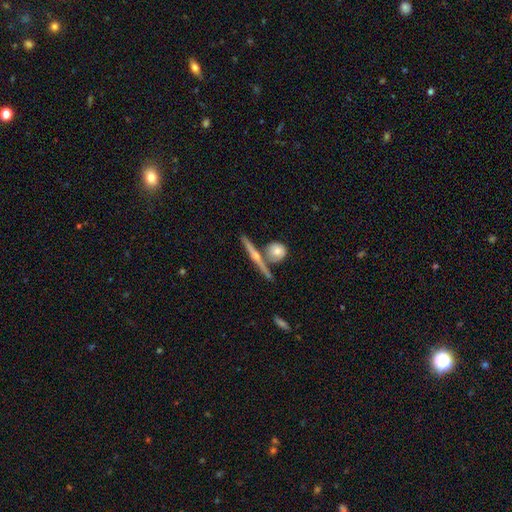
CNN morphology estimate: smooth-or-featured: featured or disk: 67% | smooth: 25% | star or artifact: 8%
  disk-edge-on: yes: 95% | no: 5%
    edge-on-bulge: rounded: 70% | none: 19% | boxy: 11%
  merging: none: 75% | merger: 14% | minor disturbance: 8% | major disturbance: 3%